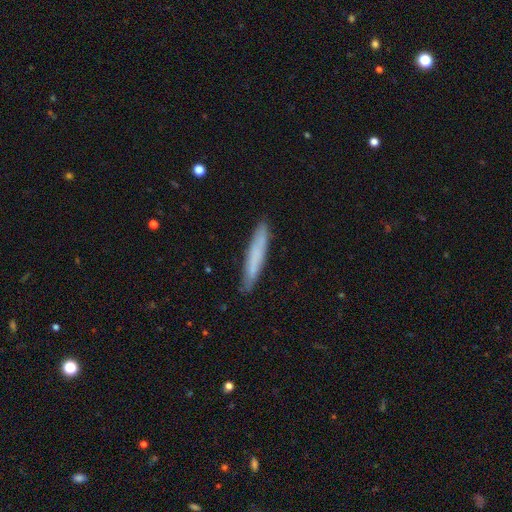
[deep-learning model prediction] Morphology: type=smooth (70%); roundness=cigar-shaped (94%); merging=none (88%).